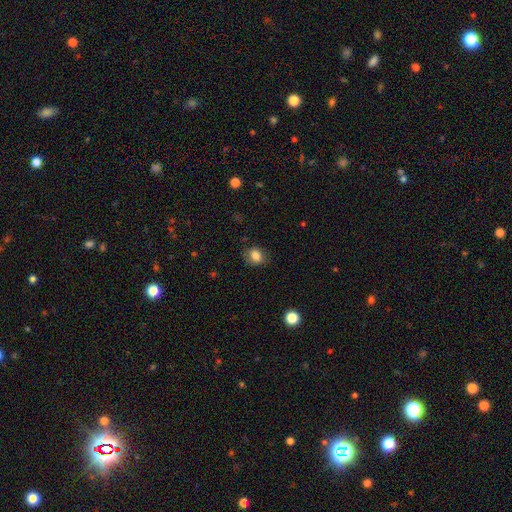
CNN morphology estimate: A smooth galaxy with no disk features (82%) that is in between round and cigar-shaped (53%).

Vote fractions:
- Smooth or featured? smooth: 82% / star or artifact: 10% / featured or disk: 9%
- How rounded? in between: 53% / round: 46% / cigar-shaped: 1%
- Merging? none: 78% / minor disturbance: 16% / major disturbance: 5% / merger: 1%